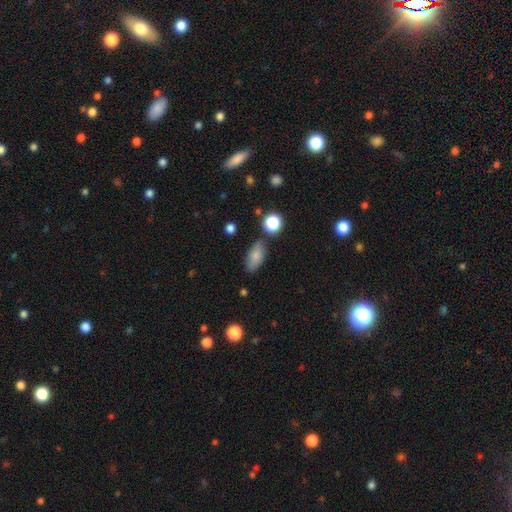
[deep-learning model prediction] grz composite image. It shows a smooth galaxy with no disk features (80%) that is in between round and cigar-shaped (87%). Merging: none (75%).